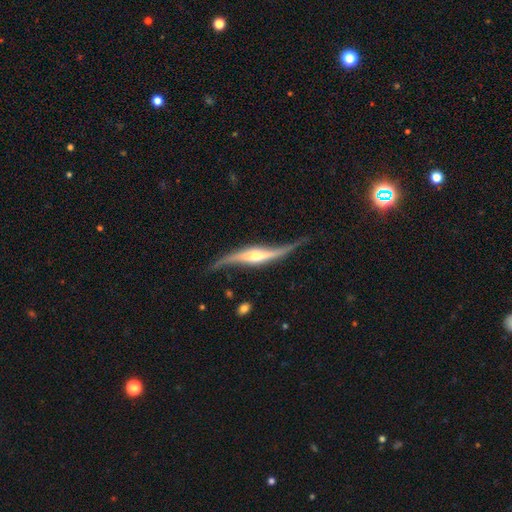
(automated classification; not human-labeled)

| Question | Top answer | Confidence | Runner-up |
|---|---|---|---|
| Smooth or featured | featured or disk | 87% | smooth (9%) |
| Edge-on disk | yes | 55% | no (45%) |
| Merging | none | 57% | minor disturbance (24%) |